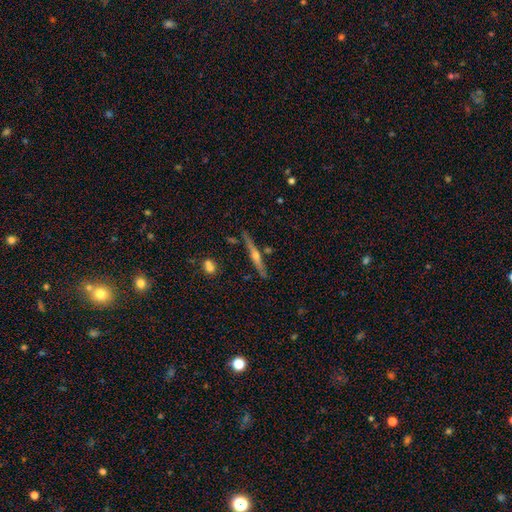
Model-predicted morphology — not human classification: Overall: featured or disk (71%). Edge-on disk: yes (96%). Edge-on bulge: rounded (85%). Merging: none (83%).